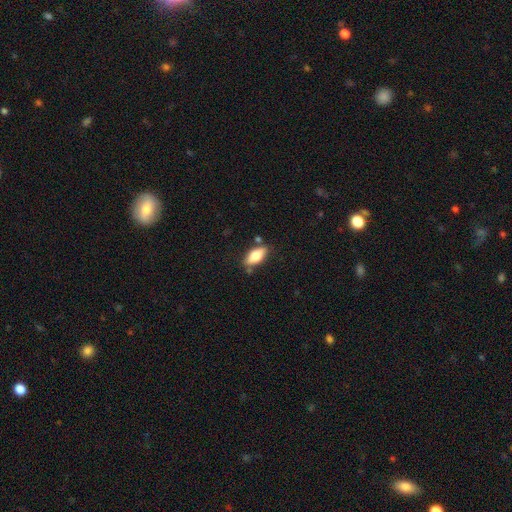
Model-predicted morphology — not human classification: smooth 73%, featured or disk 20%, star or artifact 7%. Down the decision tree: how rounded — in between (85%); merging — none (75%).